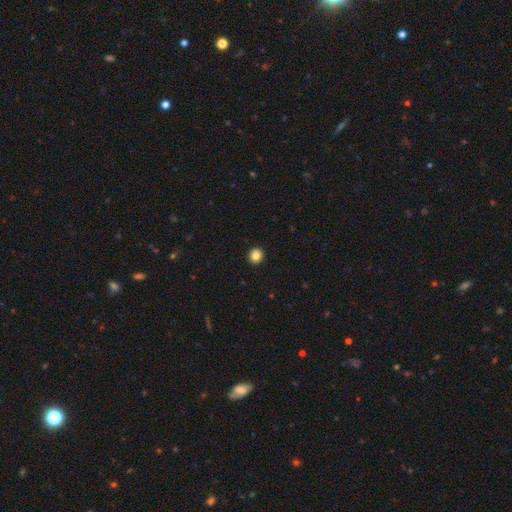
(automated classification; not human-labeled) Morphology: type=smooth (84%); roundness=round (91%); merging=none (94%).